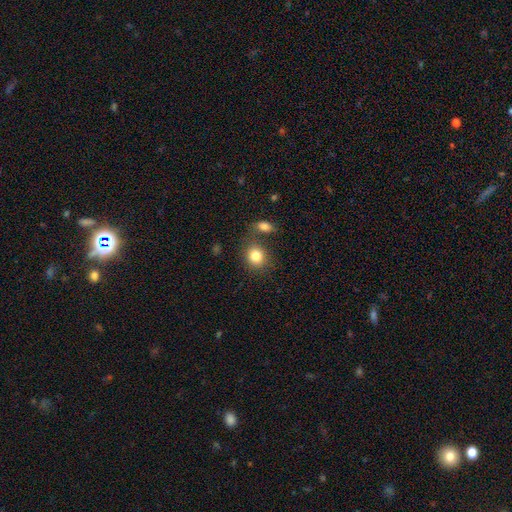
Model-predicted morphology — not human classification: smooth_or_featured: smooth (p=0.82) [alt: star or artifact p=0.10]
how_rounded: round (p=0.72) [alt: in between p=0.27]
merging: none (p=0.70) [alt: merger p=0.14]